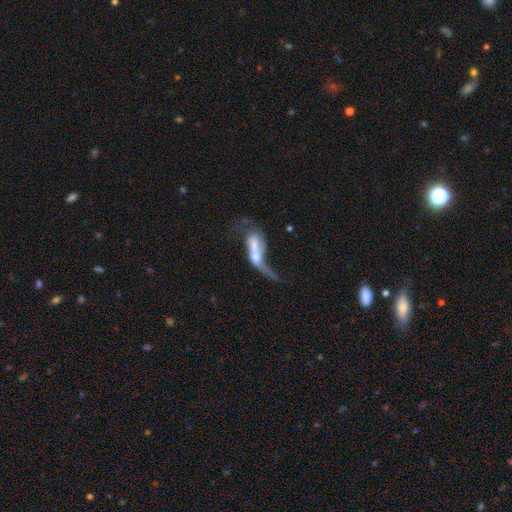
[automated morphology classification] Smooth or featured: featured or disk — 51% (smooth — 40%)
Edge-on disk: no — 80% (yes — 20%)
Merging: merger — 65% (major disturbance — 20%)